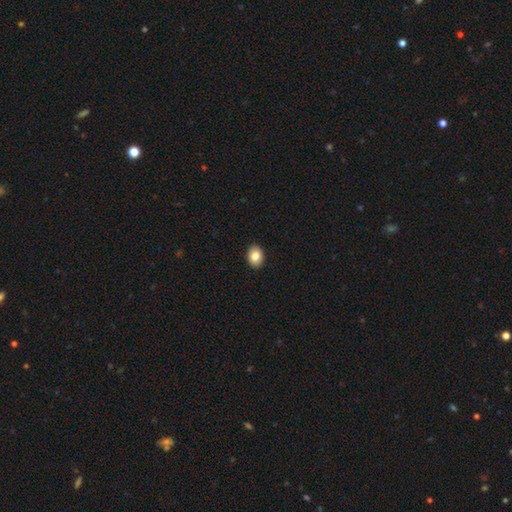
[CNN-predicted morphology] A smooth galaxy with no disk features (83%) that is in between round and cigar-shaped (69%). Merging: none (92%).